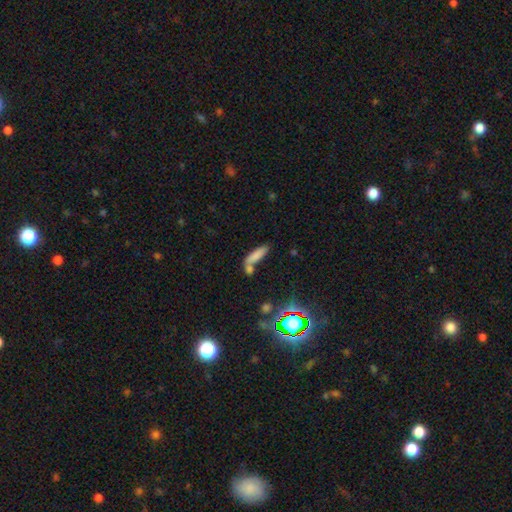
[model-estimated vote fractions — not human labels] Smooth or featured?
  - smooth: 75% *
  - star or artifact: 13%
  - featured or disk: 12%
How rounded?
  - cigar-shaped: 58% *
  - in between: 39%
  - round: 3%
Merging?
  - none: 43% *
  - merger: 39%
  - minor disturbance: 13%
  - major disturbance: 6%